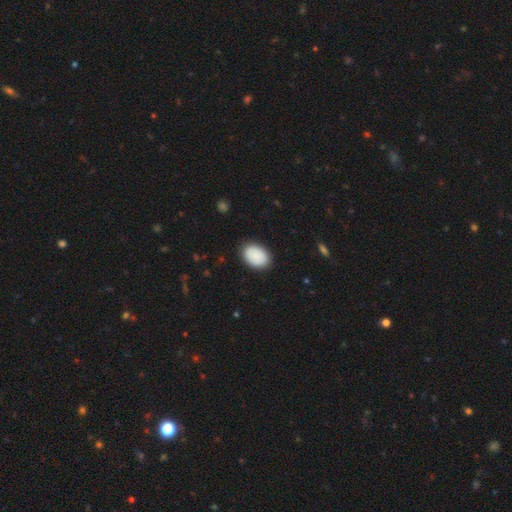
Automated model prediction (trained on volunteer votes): smooth-or-featured: smooth: 89% | star or artifact: 6% | featured or disk: 5%
  how-rounded: in between: 83% | round: 16% | cigar-shaped: 1%
  merging: none: 87% | minor disturbance: 9% | major disturbance: 2% | merger: 1%